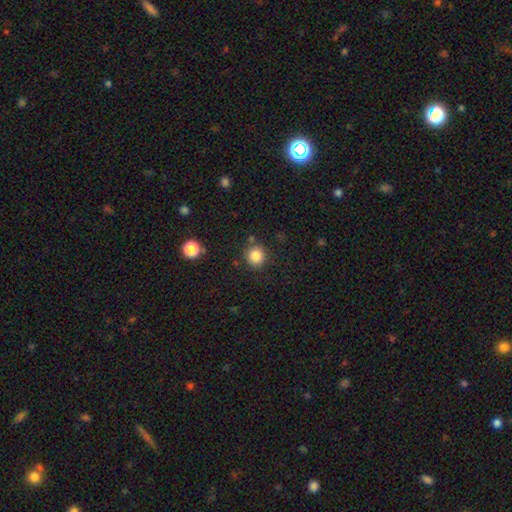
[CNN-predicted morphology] Smooth or featured?
  - smooth: 84% *
  - star or artifact: 11%
  - featured or disk: 5%
How rounded?
  - round: 93% *
  - in between: 6%
  - cigar-shaped: 1%
Merging?
  - none: 85% *
  - minor disturbance: 8%
  - merger: 4%
  - major disturbance: 3%